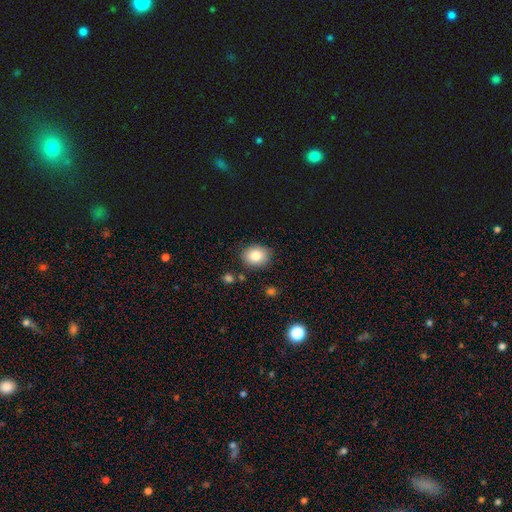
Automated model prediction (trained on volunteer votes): smooth-or-featured: smooth: 83% | star or artifact: 9% | featured or disk: 8%
  how-rounded: round: 56% | in between: 43% | cigar-shaped: 1%
  merging: none: 86% | minor disturbance: 10% | merger: 2% | major disturbance: 2%